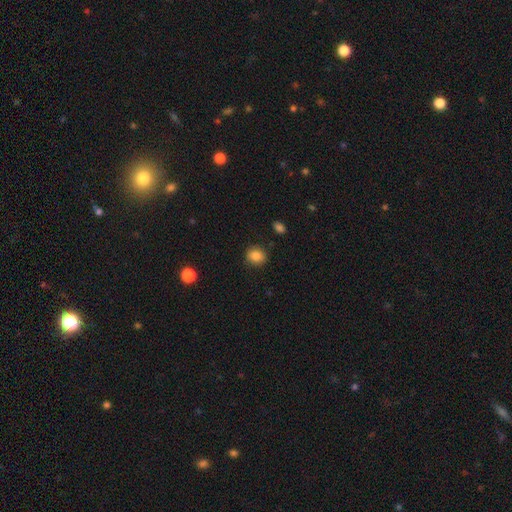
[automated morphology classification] smooth-or-featured: smooth: 86% | star or artifact: 10% | featured or disk: 4%
  how-rounded: round: 74% | in between: 25% | cigar-shaped: 1%
  merging: none: 87% | minor disturbance: 9% | major disturbance: 3% | merger: 1%